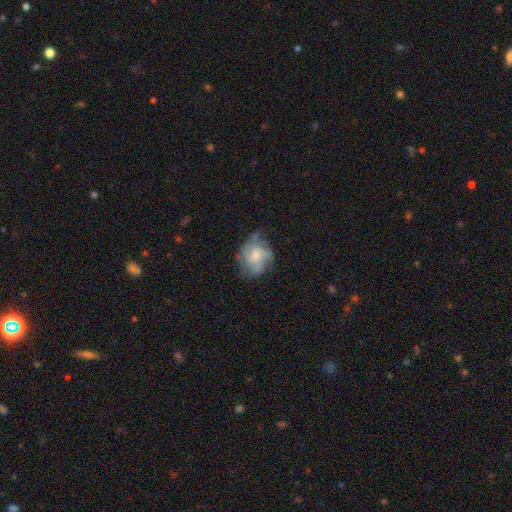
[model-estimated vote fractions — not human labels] Smooth or featured?
  - featured or disk: 60% *
  - smooth: 32%
  - star or artifact: 8%
Edge-on disk?
  - no: 98% *
  - yes: 2%
Bar?
  - no: 65% *
  - weak: 31%
  - strong: 4%
Spiral arms?
  - yes: 81% *
  - no: 19%
Bulge size?
  - moderate: 41% *
  - small: 39%
  - none: 13%
  - large: 6%
  - dominant: 1%
Merging?
  - none: 55% *
  - minor disturbance: 27%
  - major disturbance: 16%
  - merger: 2%